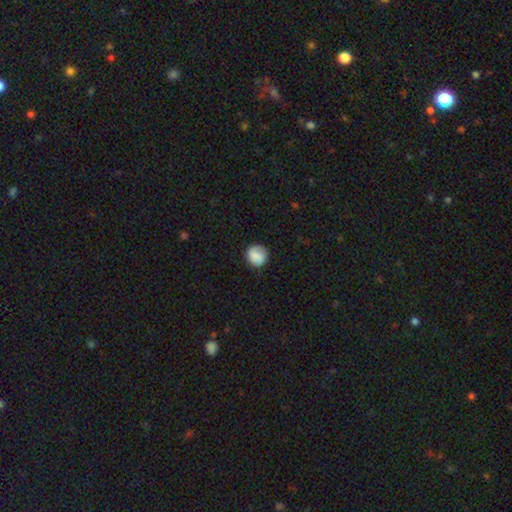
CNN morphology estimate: Smooth or featured? smooth (79%)
How rounded? round (90%)
Merging? none (83%)